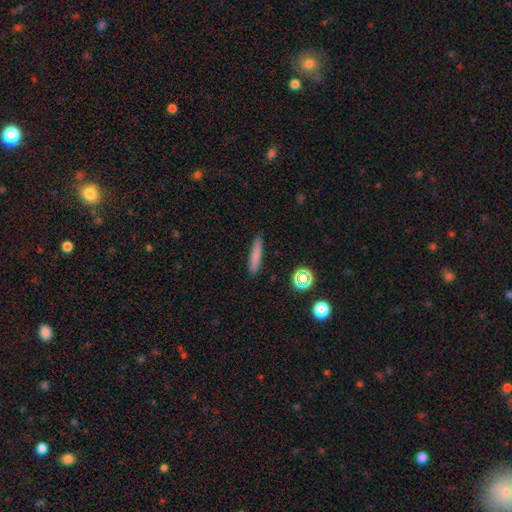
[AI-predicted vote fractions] Smooth or featured? Predicted: smooth (p=0.76). How rounded? Predicted: cigar-shaped (p=0.89). Merging? Predicted: none (p=0.89).